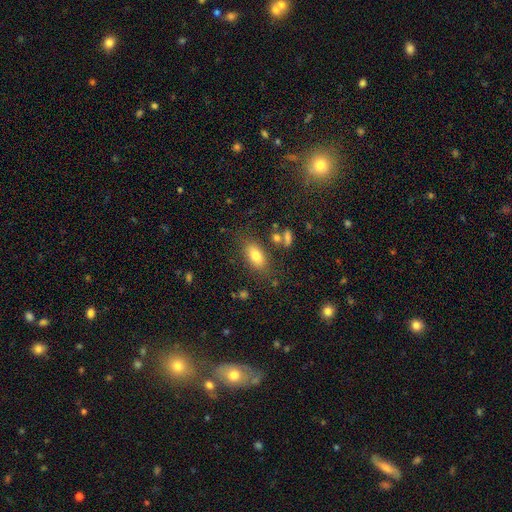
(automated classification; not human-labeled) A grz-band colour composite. It shows a smooth galaxy with no disk features (79%) that is in between round and cigar-shaped (87%). Merging: none (78%).